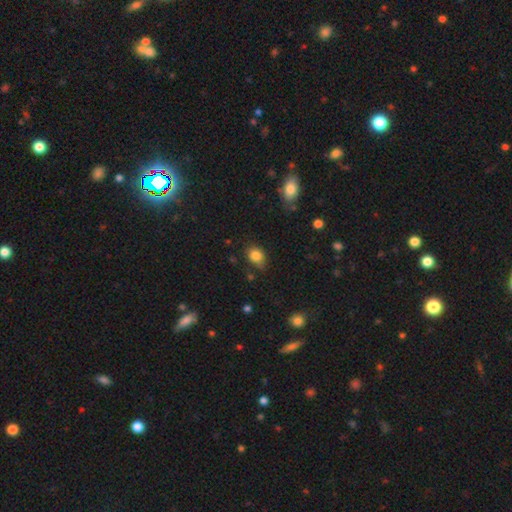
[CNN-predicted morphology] A smooth galaxy with no disk features (83%) that is in between round and cigar-shaped (51%). Merging: none (70%).